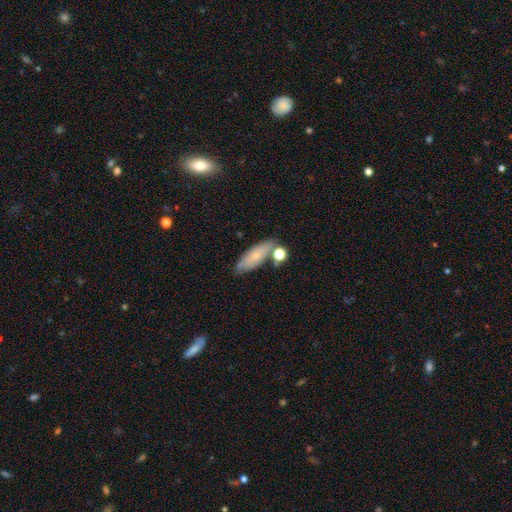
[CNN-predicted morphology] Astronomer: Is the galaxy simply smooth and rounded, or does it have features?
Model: smooth — 70%.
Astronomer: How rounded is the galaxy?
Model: in between — 62%.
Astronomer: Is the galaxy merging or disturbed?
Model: none — 67%.